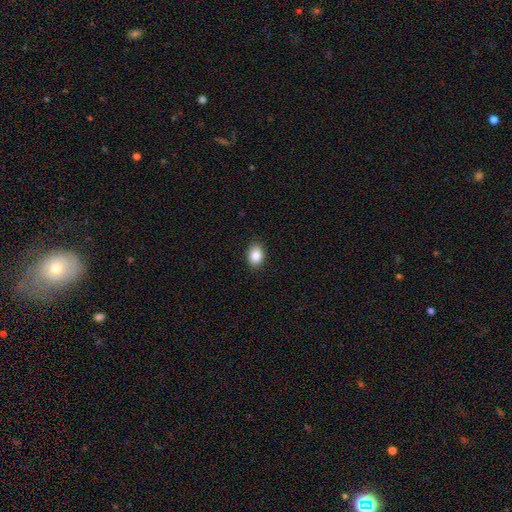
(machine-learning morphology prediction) type=smooth (85%); roundness=in between (70%); merging=none (89%).